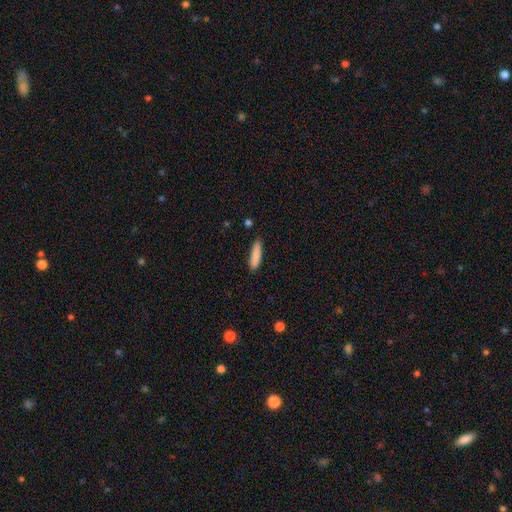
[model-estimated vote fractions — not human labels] The model was most divided on "how rounded": cigar-shaped: 77%, in between: 21%, round: 1%. More confident: smooth or featured — smooth (87%); merging — none (85%).